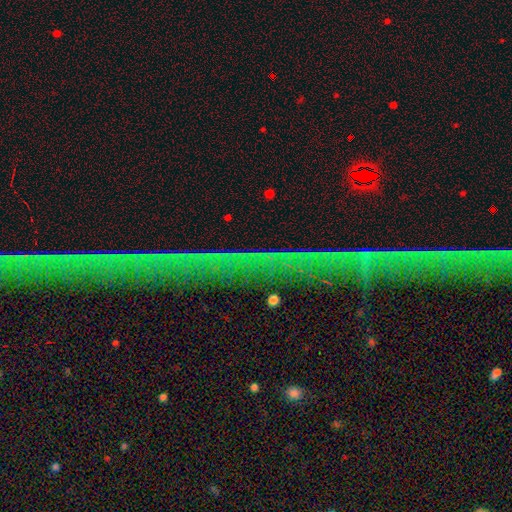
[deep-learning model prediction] A star or artifact, not a galaxy (80%).

Vote fractions:
- Smooth or featured? star or artifact: 80% / featured or disk: 12% / smooth: 8%